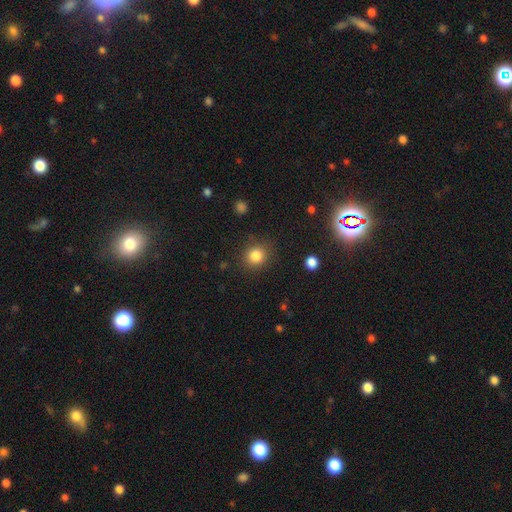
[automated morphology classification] This is clearly a smooth galaxy (83%). How rounded: clearly round (85%). Merging: clearly none (85%).